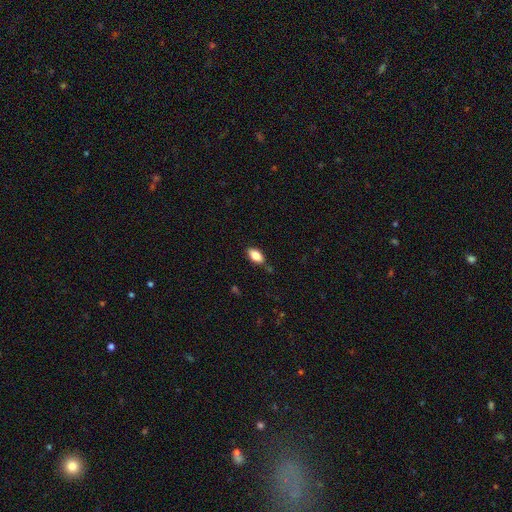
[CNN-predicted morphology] Smooth or featured: smooth — 84% (featured or disk — 9%)
How rounded: in between — 91% (cigar-shaped — 5%)
Merging: none — 82% (minor disturbance — 14%)